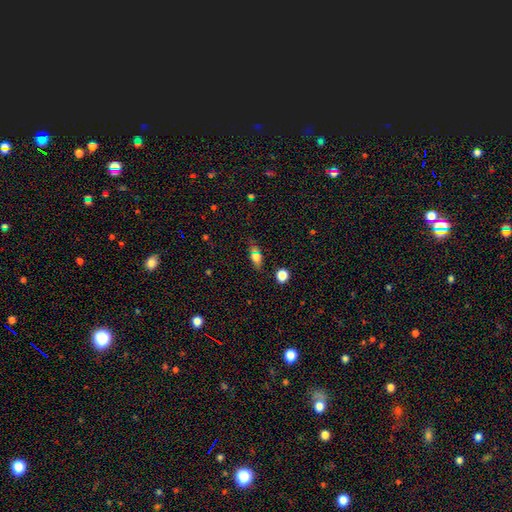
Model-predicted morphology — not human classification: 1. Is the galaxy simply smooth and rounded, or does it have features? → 66% smooth, 18% featured or disk, 16% star or artifact.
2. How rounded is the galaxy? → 70% in between, 20% cigar-shaped, 10% round.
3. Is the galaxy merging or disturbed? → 77% none, 16% minor disturbance, 4% major disturbance, 3% merger.